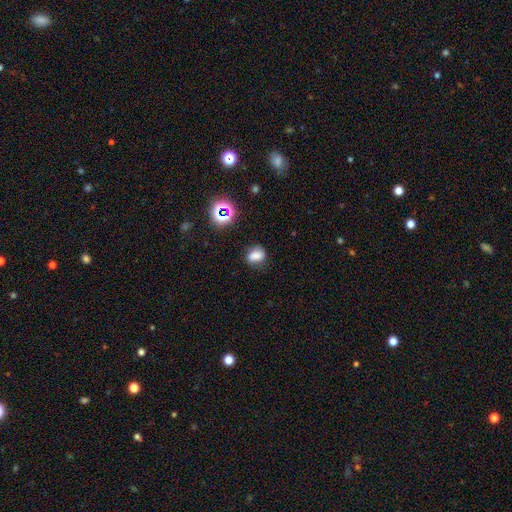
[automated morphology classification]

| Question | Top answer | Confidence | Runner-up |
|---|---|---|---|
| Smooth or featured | smooth | 72% | star or artifact (16%) |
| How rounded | in between | 61% | round (37%) |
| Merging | none | 70% | minor disturbance (20%) |